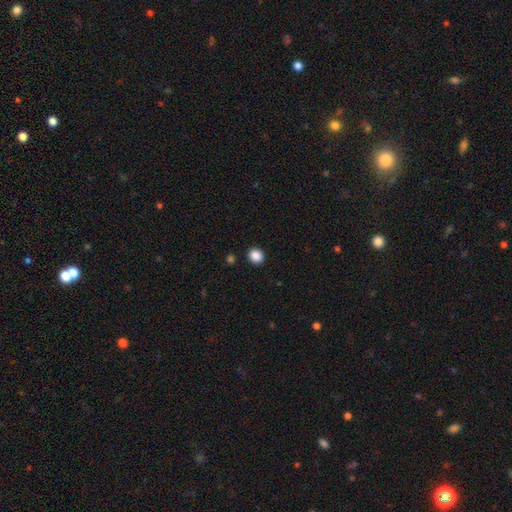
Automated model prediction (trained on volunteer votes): This is clearly a smooth galaxy (88%). How rounded: likely round (80%). Merging: clearly none (91%).